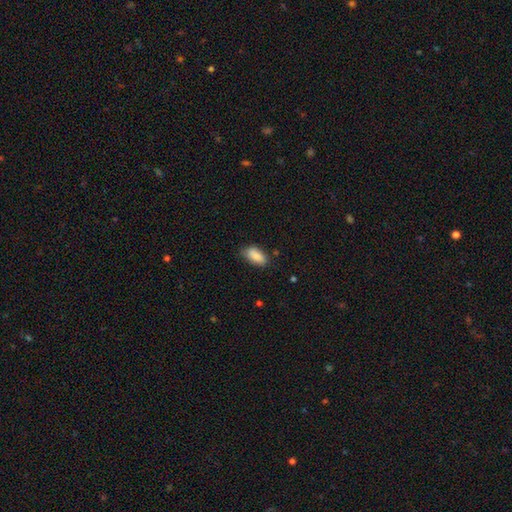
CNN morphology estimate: Smooth or featured? smooth (87%)
How rounded? in between (90%)
Merging? none (73%)